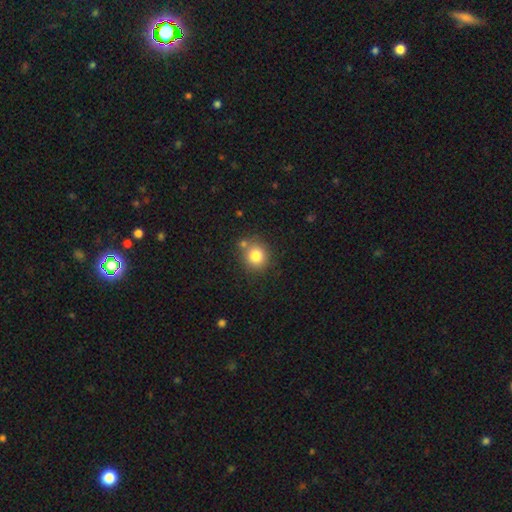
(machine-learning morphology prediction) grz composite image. It shows a smooth galaxy with no disk features (80%) that is round (84%). Merging: none (74%).